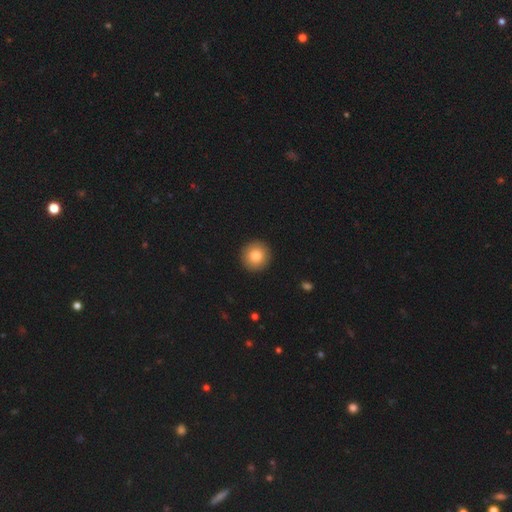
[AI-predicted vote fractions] This is clearly a smooth galaxy (81%). How rounded: clearly round (95%). Merging: clearly none (93%).